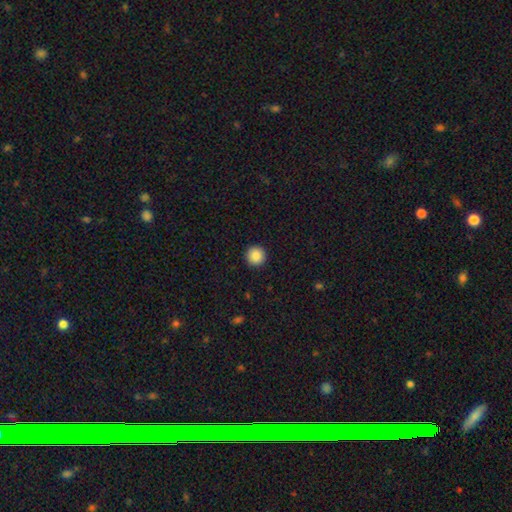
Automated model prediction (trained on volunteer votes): smooth 88%, star or artifact 9%, featured or disk 3%. Down the decision tree: how rounded — round (96%); merging — none (93%).